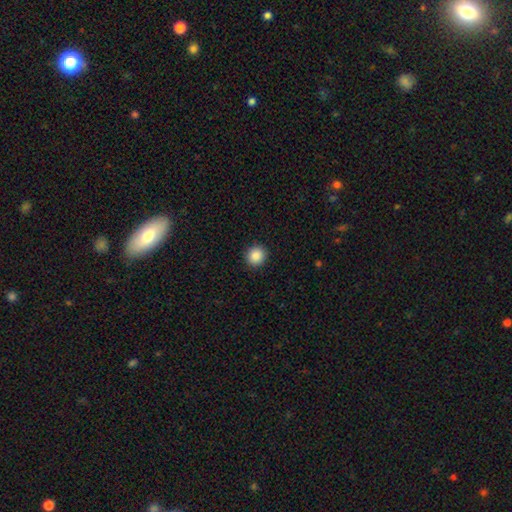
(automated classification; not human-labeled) Smooth or featured? Predicted: smooth (p=0.88). How rounded? Predicted: round (p=0.92). Merging? Predicted: none (p=0.92).